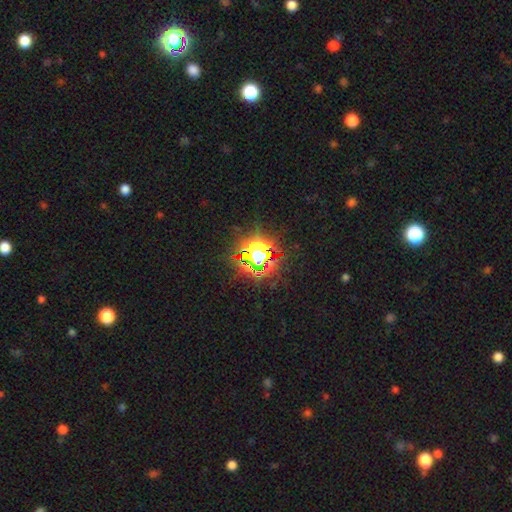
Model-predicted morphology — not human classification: Smooth or featured: star or artifact — 74% (smooth — 16%)